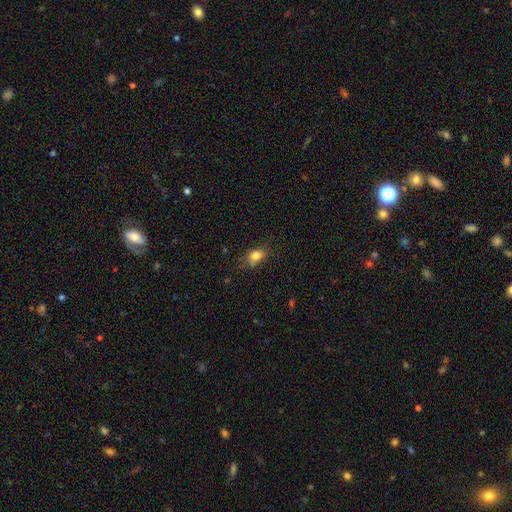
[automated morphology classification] A smooth galaxy with no disk features (81%) that is in between round and cigar-shaped (73%). Merging: none (64%).